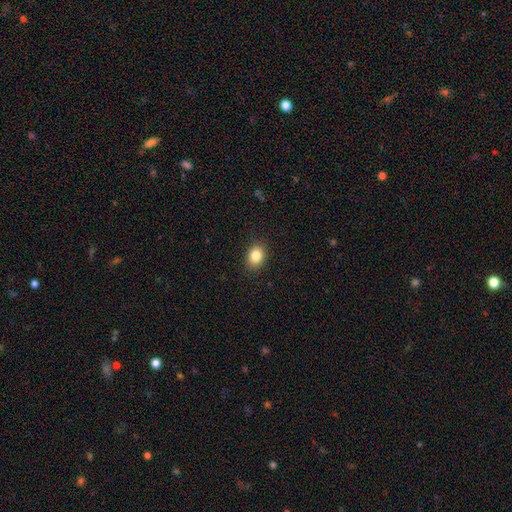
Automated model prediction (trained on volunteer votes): Morphology: type=smooth (85%); roundness=in between (62%); merging=none (88%).